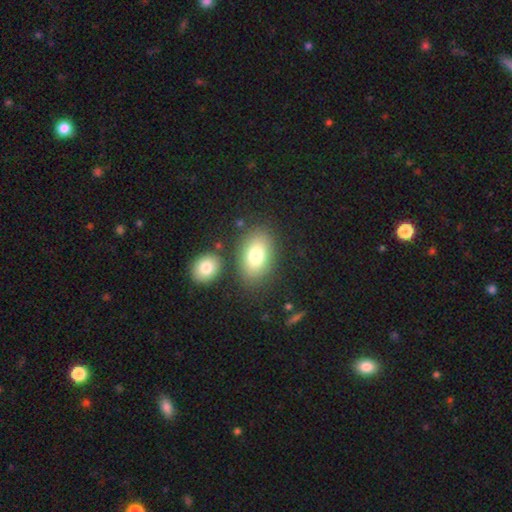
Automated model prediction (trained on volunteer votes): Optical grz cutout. It shows a smooth galaxy with no disk features (77%) that is in between round and cigar-shaped (85%). Merging: none (77%).